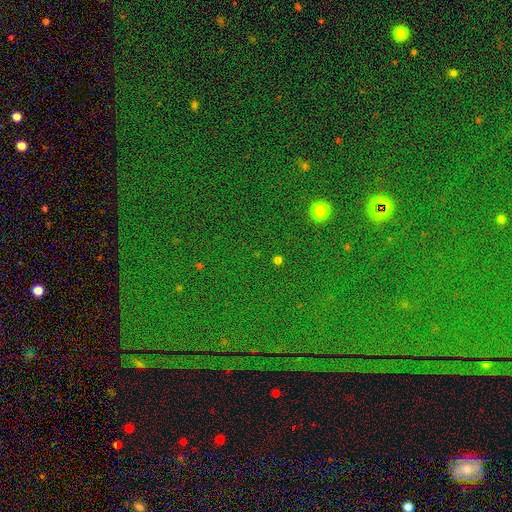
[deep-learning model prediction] Overall: star or artifact (84%).